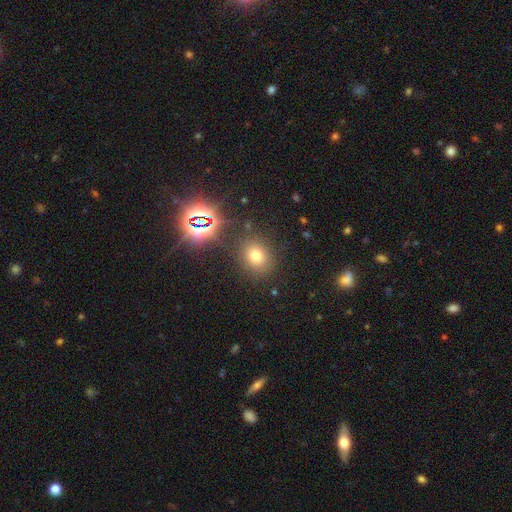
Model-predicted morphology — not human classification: A smooth galaxy with no disk features (68%) that is round (67%). Merging: none (83%).